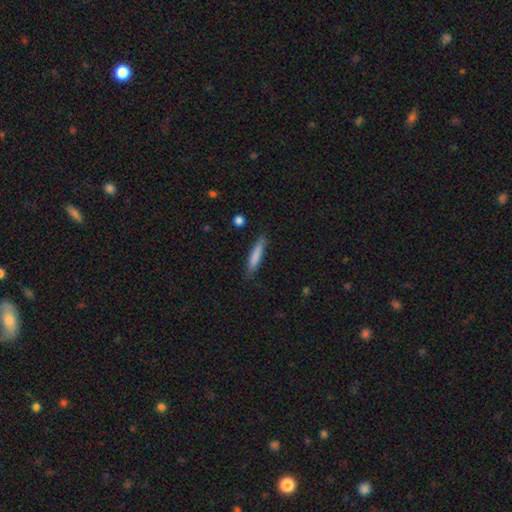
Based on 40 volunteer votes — Volunteers were most divided on "smooth or featured": smooth: 78%, featured or disk: 18%, star or artifact: 5%. More confident: how rounded — cigar-shaped (90%); merging — none (87%).